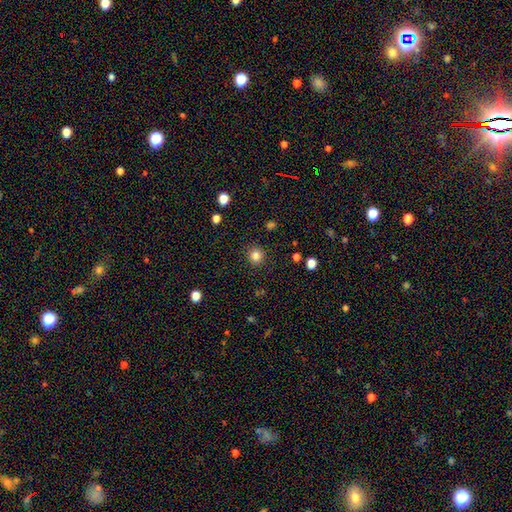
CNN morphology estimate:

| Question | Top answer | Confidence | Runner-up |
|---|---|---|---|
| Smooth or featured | smooth | 83% | star or artifact (12%) |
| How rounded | round | 93% | in between (6%) |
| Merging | none | 91% | minor disturbance (6%) |